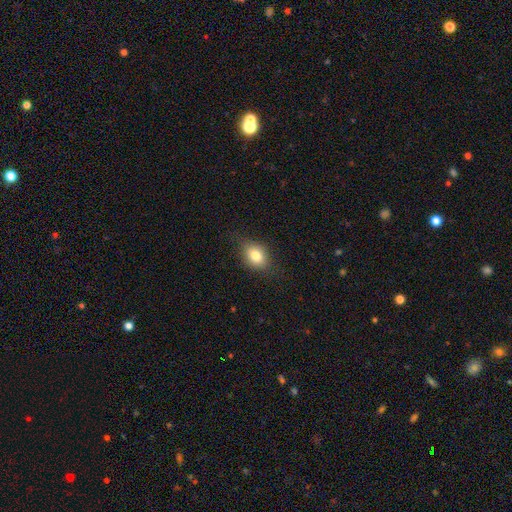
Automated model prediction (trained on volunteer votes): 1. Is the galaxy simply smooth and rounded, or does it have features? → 78% smooth, 12% featured or disk, 10% star or artifact.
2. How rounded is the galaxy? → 62% in between, 36% round, 2% cigar-shaped.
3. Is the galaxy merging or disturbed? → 76% none, 18% minor disturbance, 5% major disturbance, 1% merger.